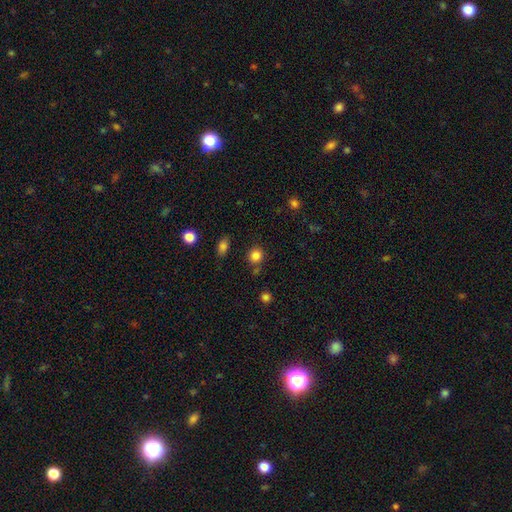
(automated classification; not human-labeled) Morphology: type=smooth (84%); roundness=round (85%); merging=none (79%).